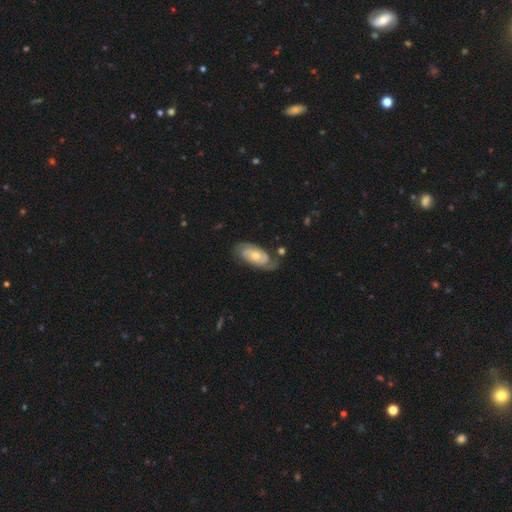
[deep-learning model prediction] This appears to be a featured or disk galaxy (71%) with no bar (66%), 2 (73%) tight (54%) spiral arms (90%) and a moderate central bulge (54%). Merging: none (67%).